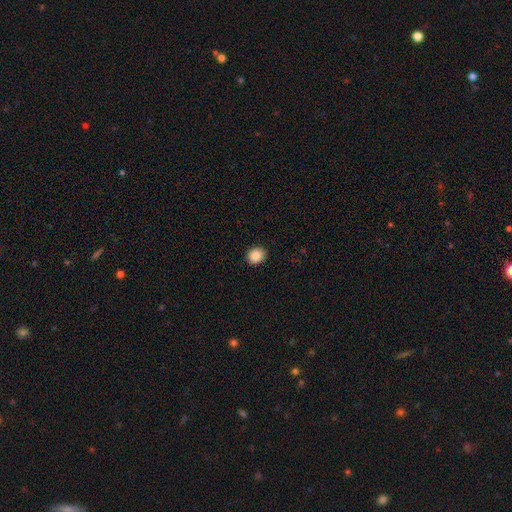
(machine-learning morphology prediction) Overall: smooth (88%). How rounded: round (65%; in between 34%). Merging: none (90%).